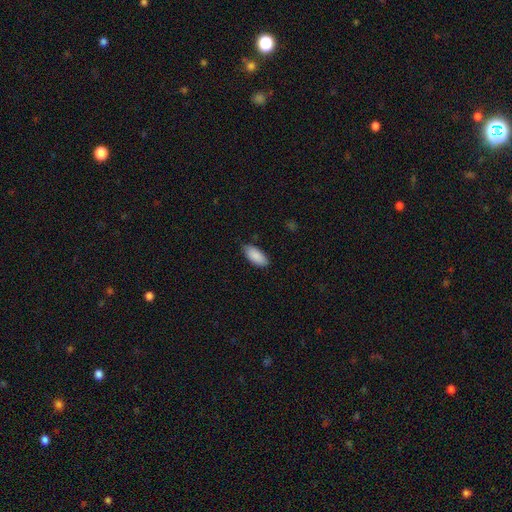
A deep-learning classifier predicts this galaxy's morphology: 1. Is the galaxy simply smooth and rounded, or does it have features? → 90% smooth, 6% star or artifact, 5% featured or disk.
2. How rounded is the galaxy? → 89% in between, 9% cigar-shaped, 2% round.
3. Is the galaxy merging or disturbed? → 82% none, 15% minor disturbance, 2% major disturbance, 1% merger.